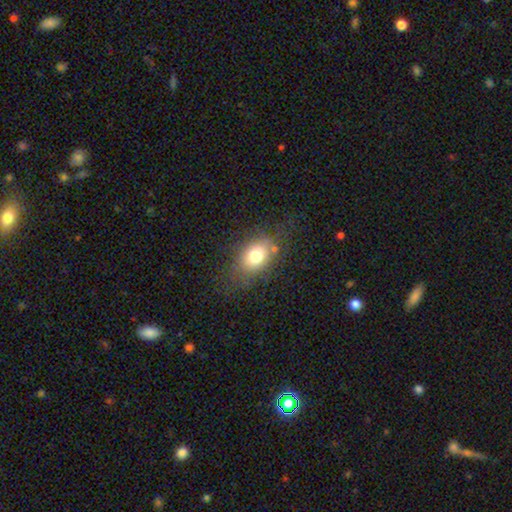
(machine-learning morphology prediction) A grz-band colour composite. It shows a smooth galaxy with no disk features (74%) that is in between round and cigar-shaped (77%). Merging: none (71%).